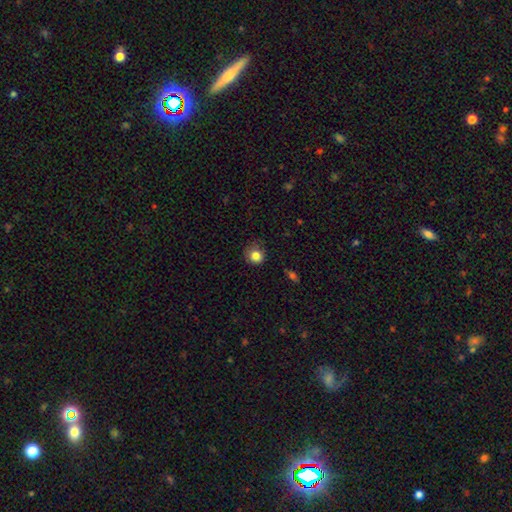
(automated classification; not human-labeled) A smooth galaxy with no disk features (83%) that is round (87%). Merging: none (74%).